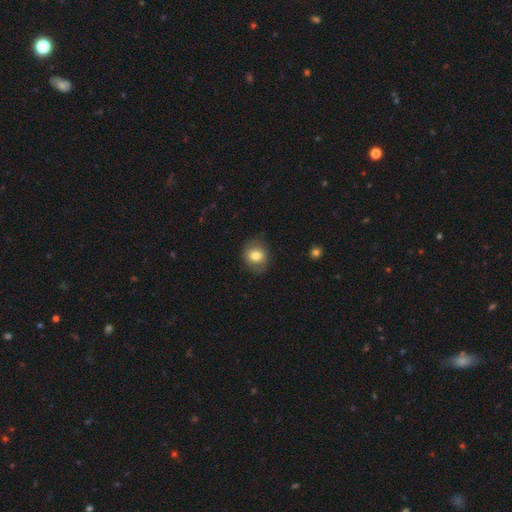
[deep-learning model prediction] smooth_or_featured: smooth (p=0.76) [alt: featured or disk p=0.15]
how_rounded: round (p=0.68) [alt: in between p=0.31]
merging: none (p=0.80) [alt: minor disturbance p=0.14]